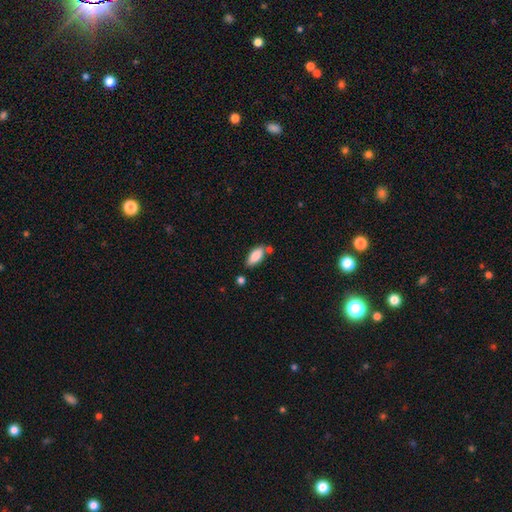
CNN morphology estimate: A smooth galaxy with no disk features (85%) that is in between round and cigar-shaped (82%).

Vote fractions:
- Smooth or featured? smooth: 85% / featured or disk: 8% / star or artifact: 7%
- How rounded? in between: 82% / cigar-shaped: 16% / round: 2%
- Merging? none: 69% / minor disturbance: 16% / merger: 11% / major disturbance: 4%